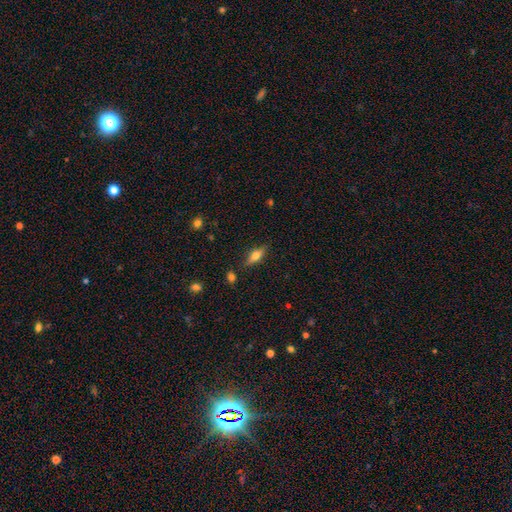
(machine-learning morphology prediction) A smooth galaxy with no disk features (52%) that is in between round and cigar-shaped (55%). Merging: none (83%).